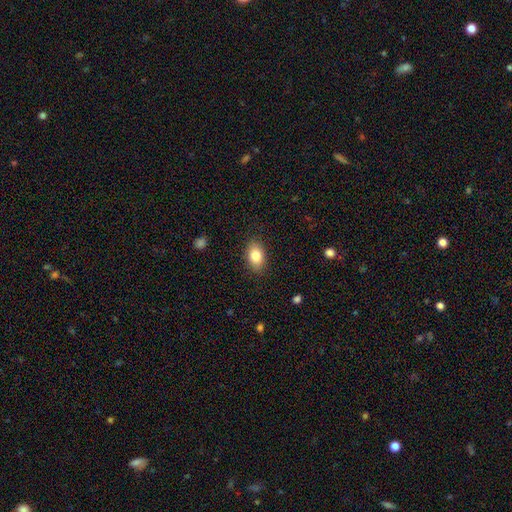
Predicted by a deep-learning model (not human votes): A smooth galaxy with no disk features (83%) that is in between round and cigar-shaped (87%).

Vote fractions:
- Smooth or featured? smooth: 83% / featured or disk: 10% / star or artifact: 8%
- How rounded? in between: 87% / round: 11% / cigar-shaped: 2%
- Merging? none: 86% / minor disturbance: 10% / major disturbance: 3% / merger: 1%